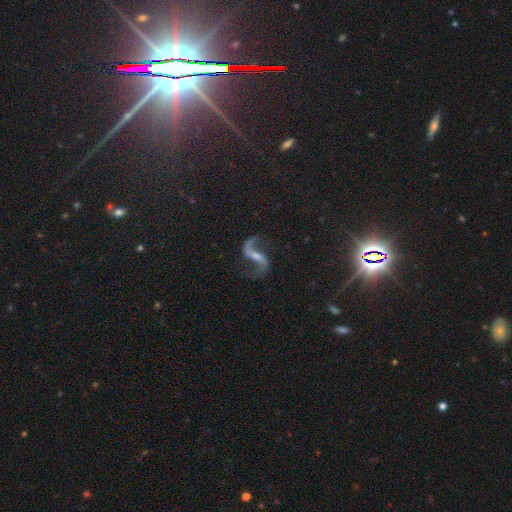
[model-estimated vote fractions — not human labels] This appears to be a featured or disk galaxy (89%) with a strong bar (46%), 2 (93%) loose (84%) spiral arms (96%) and a small central bulge (49%). Merging: none (75%).